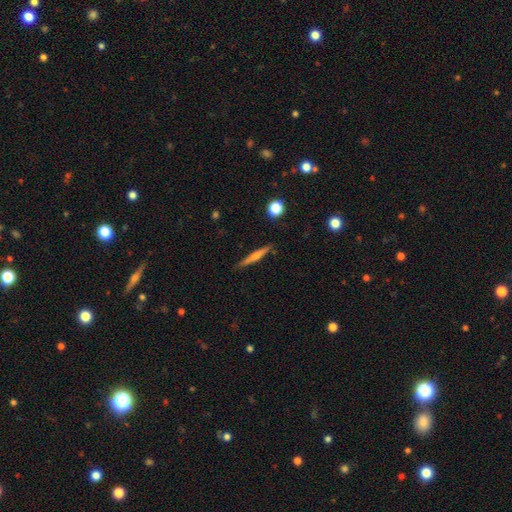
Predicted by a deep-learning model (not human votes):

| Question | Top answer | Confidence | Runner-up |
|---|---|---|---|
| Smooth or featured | featured or disk | 51% | smooth (42%) |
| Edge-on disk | yes | 96% | no (4%) |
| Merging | none | 87% | minor disturbance (10%) |